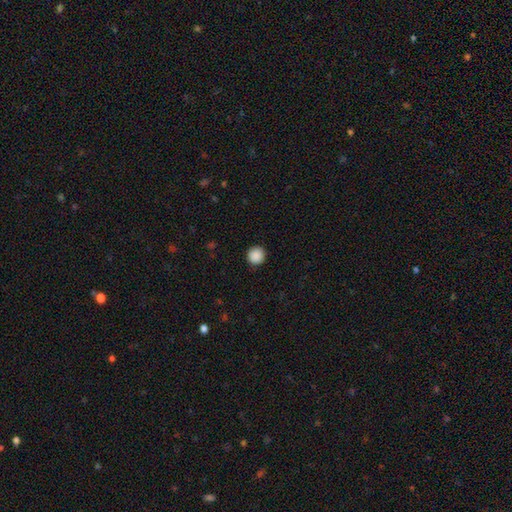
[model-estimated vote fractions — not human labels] A smooth galaxy with no disk features (89%) that is round (95%).

Vote fractions:
- Smooth or featured? smooth: 89% / star or artifact: 9% / featured or disk: 2%
- How rounded? round: 95% / in between: 4% / cigar-shaped: 1%
- Merging? none: 92% / minor disturbance: 5% / major disturbance: 2% / merger: 1%